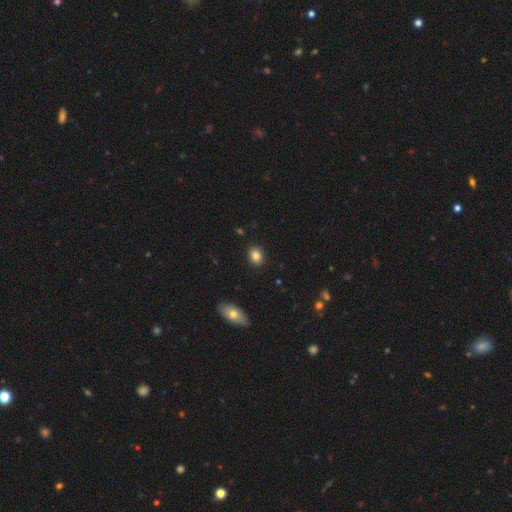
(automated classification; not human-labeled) Smooth or featured: smooth — 84% (star or artifact — 9%)
How rounded: in between — 58% (round — 40%)
Merging: none — 88% (minor disturbance — 8%)